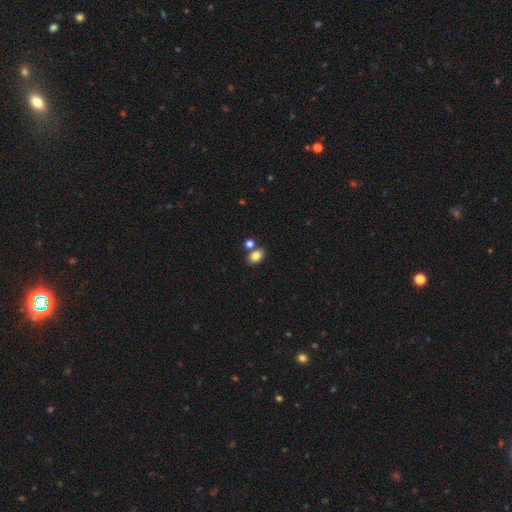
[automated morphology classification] type=smooth (84%); roundness=in between (75%); merging=none (64%).